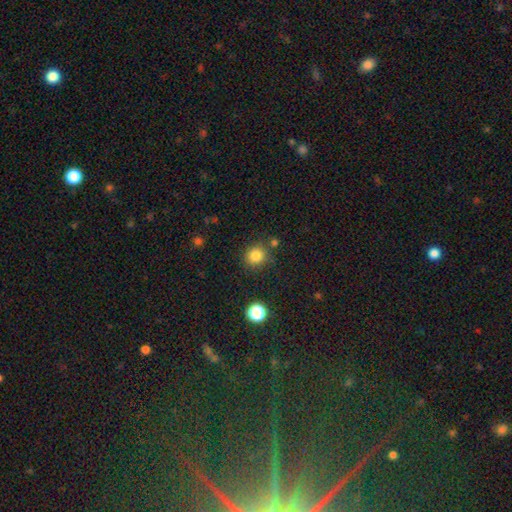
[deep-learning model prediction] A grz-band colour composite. It shows a smooth galaxy with no disk features (83%) that is round (87%). Merging: none (82%).